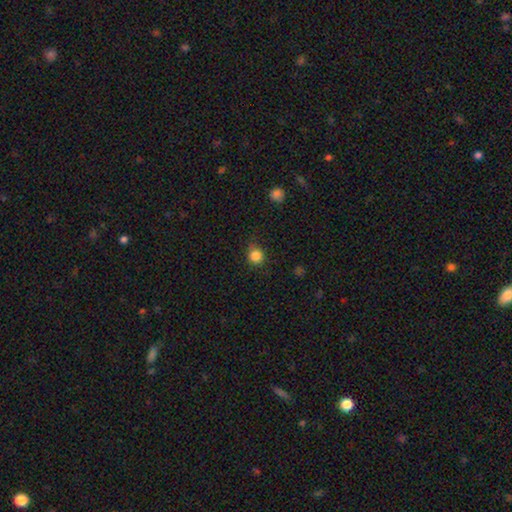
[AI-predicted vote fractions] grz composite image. It shows a smooth galaxy with no disk features (84%) that is round (85%). Merging: none (76%).